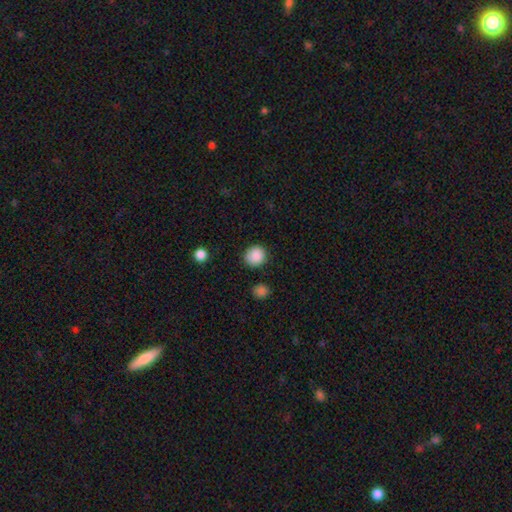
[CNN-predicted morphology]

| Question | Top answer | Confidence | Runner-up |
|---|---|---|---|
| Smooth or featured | smooth | 88% | star or artifact (9%) |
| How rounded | round | 89% | in between (10%) |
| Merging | none | 86% | minor disturbance (9%) |